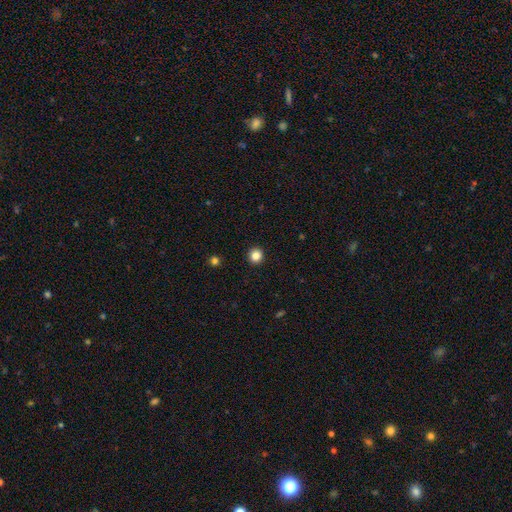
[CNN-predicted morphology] A smooth galaxy with no disk features (85%) that is round (93%). Merging: none (93%).